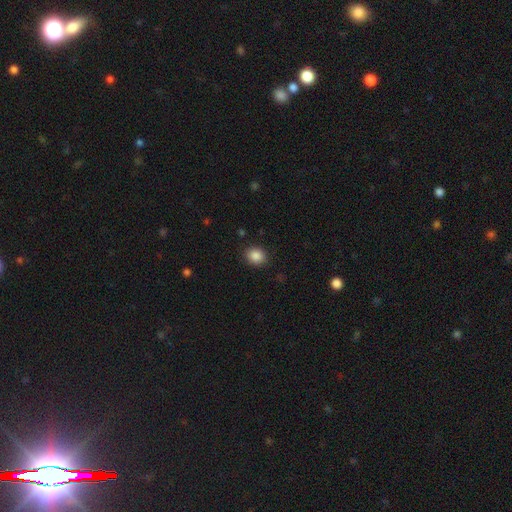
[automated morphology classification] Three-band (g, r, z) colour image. It shows a smooth galaxy with no disk features (87%) that is round (61%). Merging: none (88%).